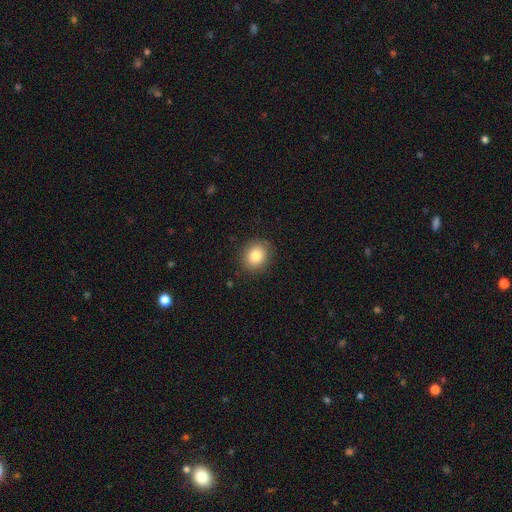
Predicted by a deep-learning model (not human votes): Smooth or featured?
  - smooth: 82% *
  - star or artifact: 9%
  - featured or disk: 8%
How rounded?
  - round: 74% *
  - in between: 25%
  - cigar-shaped: 1%
Merging?
  - none: 87% *
  - minor disturbance: 9%
  - major disturbance: 3%
  - merger: 1%